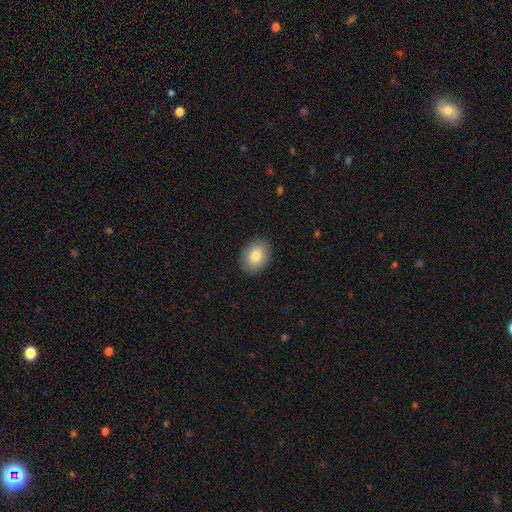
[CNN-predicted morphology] Smooth or featured: smooth — 84% (featured or disk — 9%)
How rounded: in between — 67% (round — 33%)
Merging: none — 89% (minor disturbance — 8%)